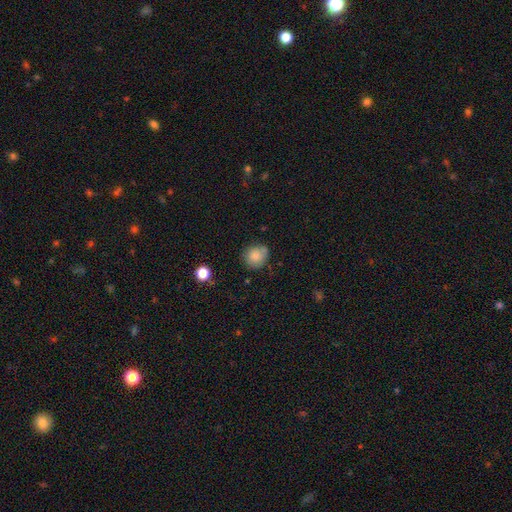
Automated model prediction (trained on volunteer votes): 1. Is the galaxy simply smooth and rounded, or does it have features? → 81% smooth, 10% featured or disk, 9% star or artifact.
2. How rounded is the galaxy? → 82% round, 17% in between, 1% cigar-shaped.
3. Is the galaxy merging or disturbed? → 70% none, 21% minor disturbance, 5% major disturbance, 4% merger.